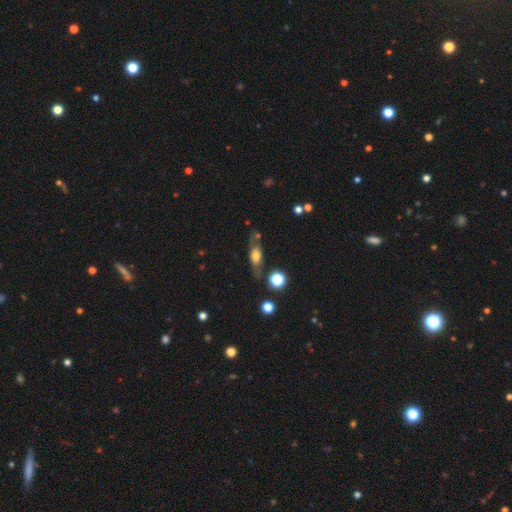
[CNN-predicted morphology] Q: Smooth or featured?
A: smooth (50%); runner-up: featured or disk (41%)
Q: How rounded?
A: in between (60%); runner-up: cigar-shaped (30%)
Q: Merging?
A: none (66%); runner-up: minor disturbance (19%)